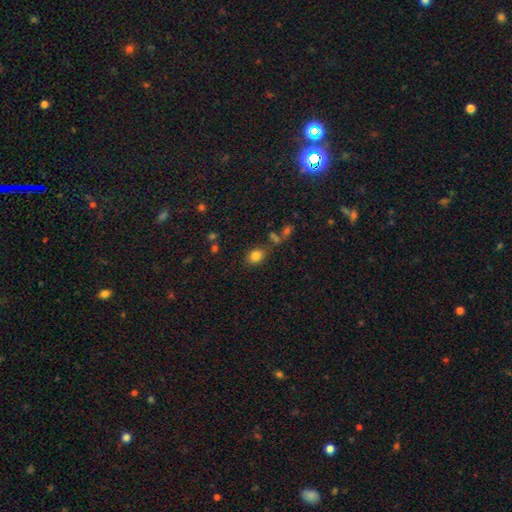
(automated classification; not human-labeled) Overall: smooth (82%). How rounded: in between (53%; round 46%). Merging: none (73%).